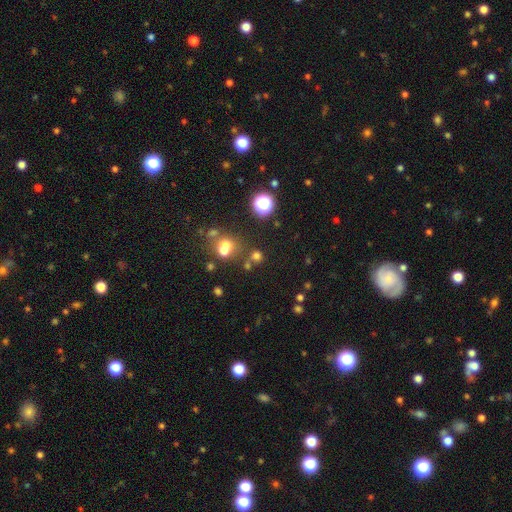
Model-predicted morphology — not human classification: This appears to be a smooth galaxy with no disk features (47%). Merging: none (63%).